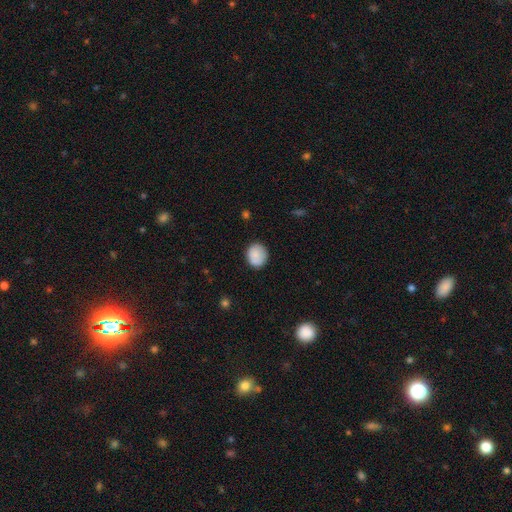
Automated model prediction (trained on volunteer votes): Smooth or featured? Predicted: smooth (p=0.85). How rounded? Predicted: round (p=0.74). Merging? Predicted: none (p=0.82).